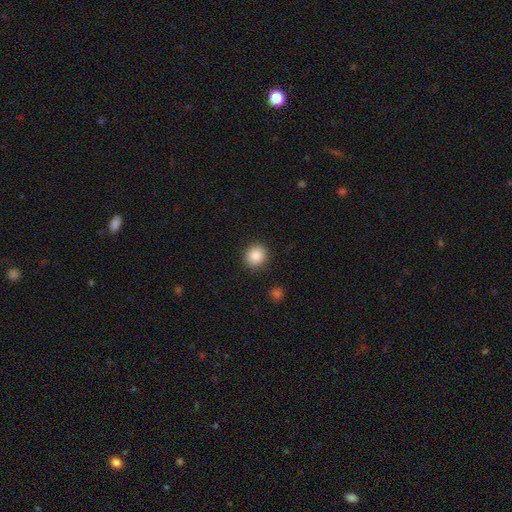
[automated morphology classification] A smooth galaxy with no disk features (87%) that is round (85%). Merging: none (90%).